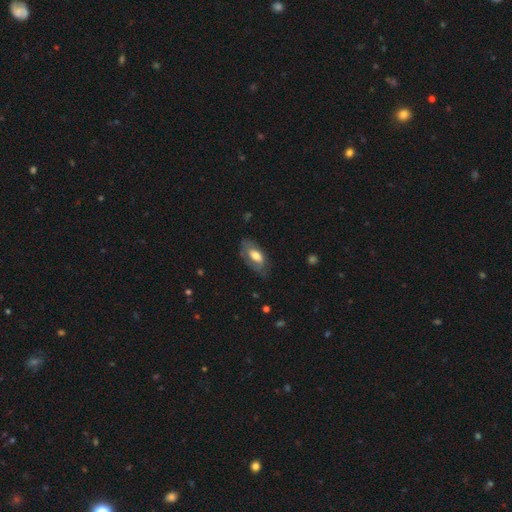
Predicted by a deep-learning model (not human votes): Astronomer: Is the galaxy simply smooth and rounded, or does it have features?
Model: smooth — 50% (runner-up: featured or disk, 44%).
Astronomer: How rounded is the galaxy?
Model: in between — 90%.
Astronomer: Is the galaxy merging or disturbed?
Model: none — 61%.